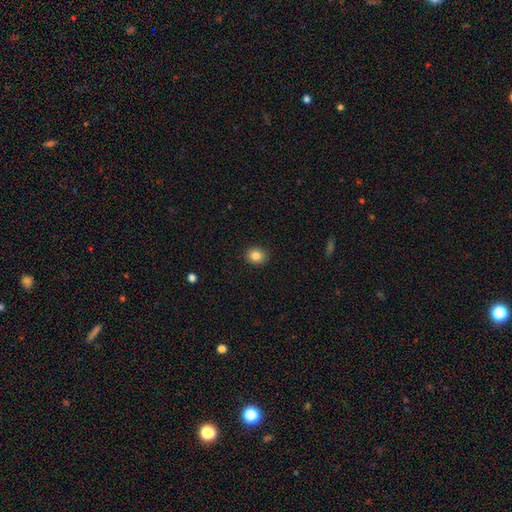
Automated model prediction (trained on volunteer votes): Smooth or featured? Predicted: smooth (p=0.84). How rounded? Predicted: round (p=0.67). Merging? Predicted: none (p=0.91).